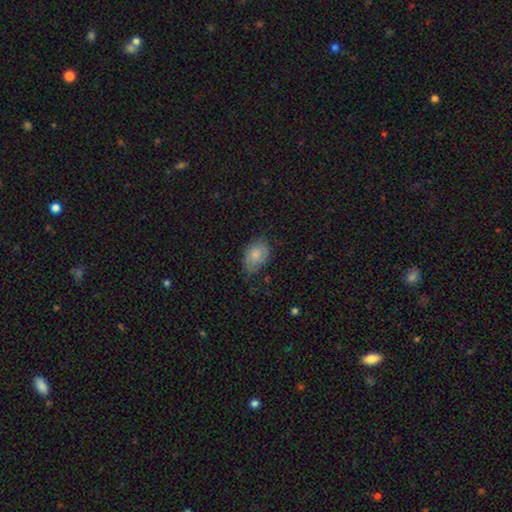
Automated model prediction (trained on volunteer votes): Smooth or featured? Predicted: smooth (p=0.67). How rounded? Predicted: in between (p=0.85). Merging? Predicted: none (p=0.63).